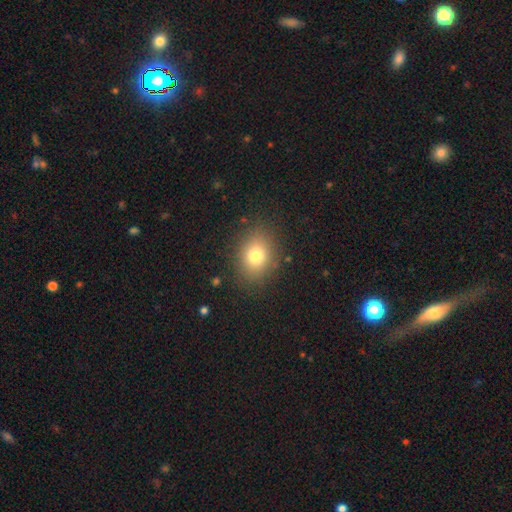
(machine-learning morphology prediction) Overall: smooth (76%). How rounded: round (50%; in between 49%). Merging: none (85%).